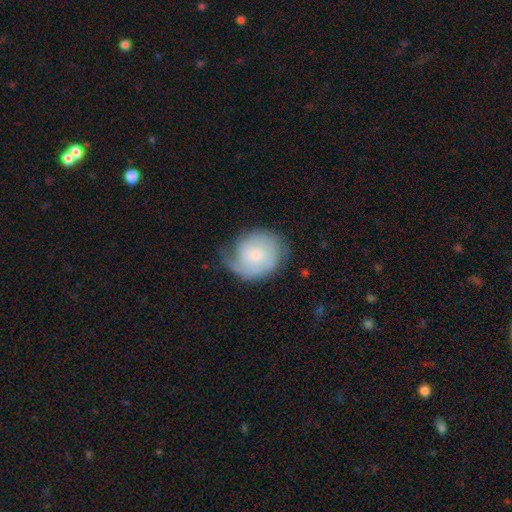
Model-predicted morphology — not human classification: Smooth or featured: featured or disk — 53% (smooth — 40%)
Edge-on disk: no — 97% (yes — 3%)
Bar: no — 75% (weak — 22%)
Spiral arms: yes — 84% (no — 16%)
Bulge size: small — 62% (moderate — 28%)
Merging: none — 51% (minor disturbance — 31%)